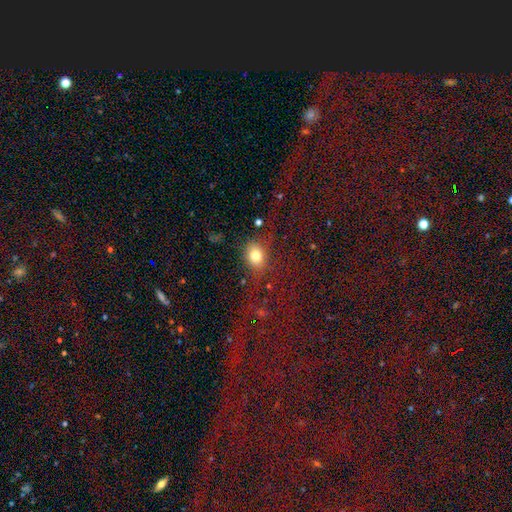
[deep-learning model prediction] This is likely a smooth galaxy (78%). How rounded: possibly round (51%). Merging: likely none (72%).